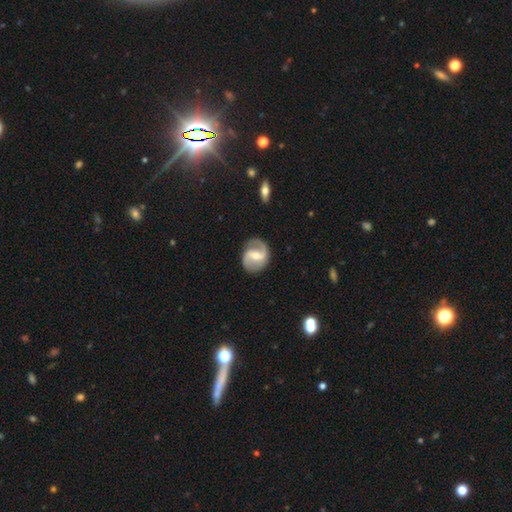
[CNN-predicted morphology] A featured or disk galaxy (85%) with a weak bar (45%), 2 (88%) medium (48%) spiral arms (95%) and a moderate central bulge (52%). Merging: none (81%).